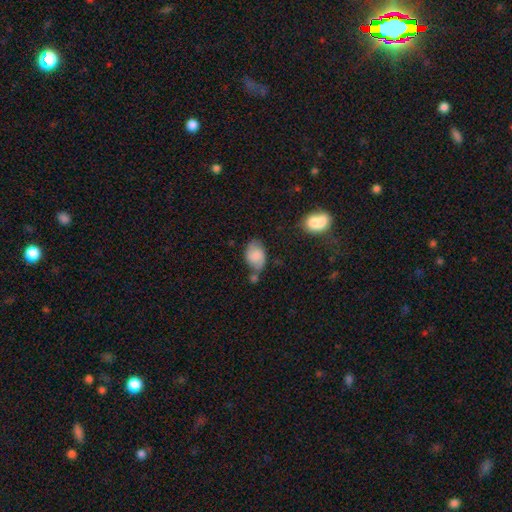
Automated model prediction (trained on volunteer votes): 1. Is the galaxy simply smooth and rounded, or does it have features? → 67% smooth, 24% featured or disk, 9% star or artifact.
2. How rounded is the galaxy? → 84% in between, 15% round, 1% cigar-shaped.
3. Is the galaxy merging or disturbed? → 51% none, 26% minor disturbance, 15% merger, 8% major disturbance.